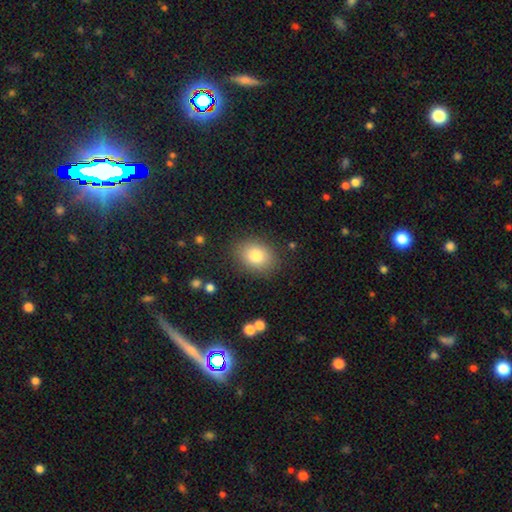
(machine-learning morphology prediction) smooth 81%, featured or disk 10%, star or artifact 9%. Down the decision tree: how rounded — in between (61%); merging — none (85%).